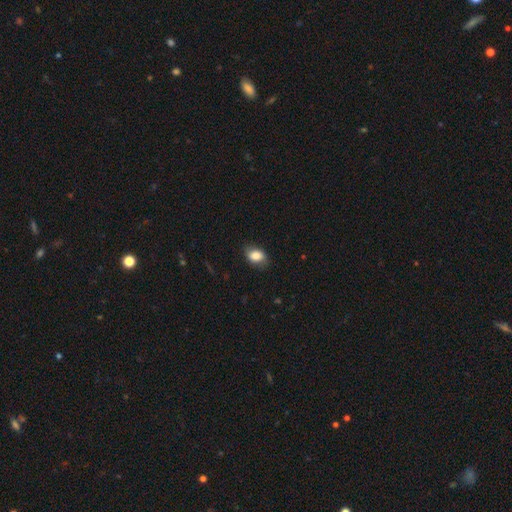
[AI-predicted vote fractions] Q: Smooth or featured?
A: smooth (83%); runner-up: featured or disk (9%)
Q: How rounded?
A: in between (79%); runner-up: round (20%)
Q: Merging?
A: none (77%); runner-up: minor disturbance (18%)